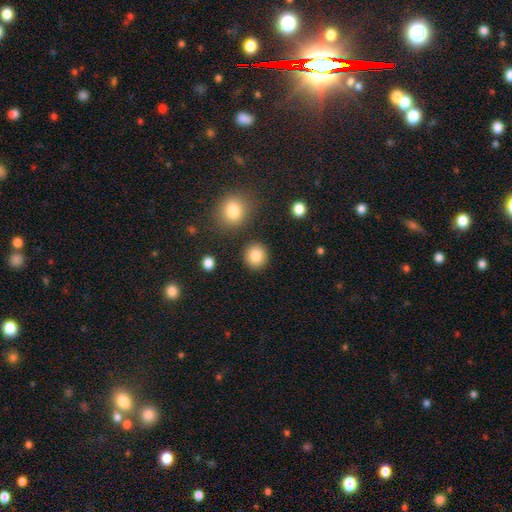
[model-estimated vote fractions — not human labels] This appears to be a smooth galaxy with no disk features (84%) that is round (90%). Merging: none (88%).